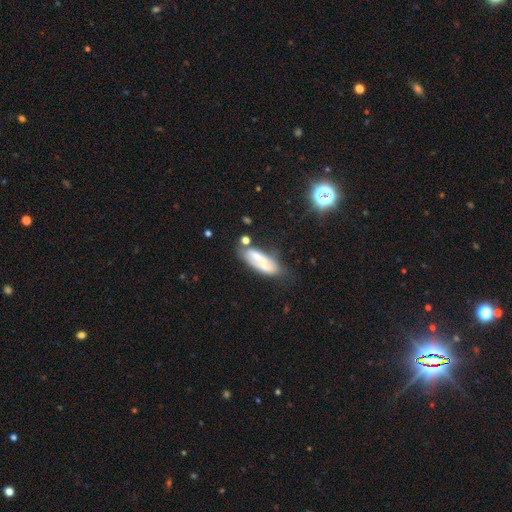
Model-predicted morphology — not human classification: This is possibly a smooth galaxy (55%). How rounded: likely in between (62%). Merging: possibly none (48%).